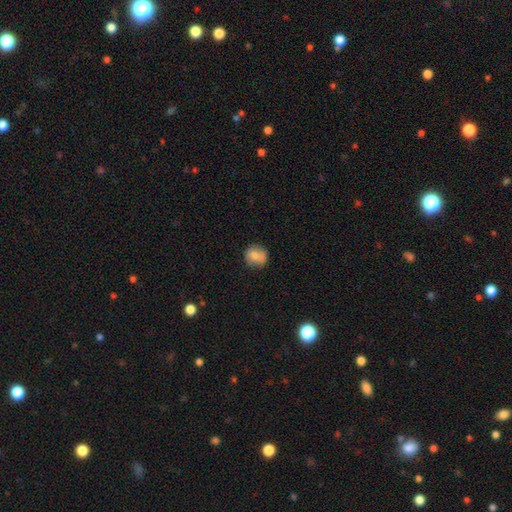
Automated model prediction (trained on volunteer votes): Smooth or featured: smooth — 73% (featured or disk — 18%)
How rounded: round — 83% (in between — 16%)
Merging: none — 72% (minor disturbance — 20%)